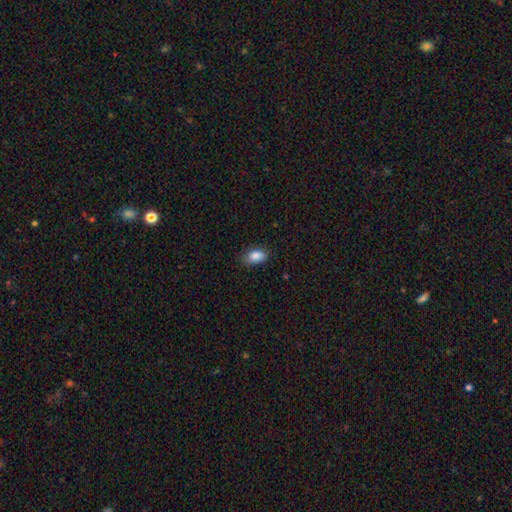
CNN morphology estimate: Q: Smooth or featured?
A: smooth (86%); runner-up: star or artifact (8%)
Q: How rounded?
A: in between (89%); runner-up: round (9%)
Q: Merging?
A: none (77%); runner-up: minor disturbance (19%)